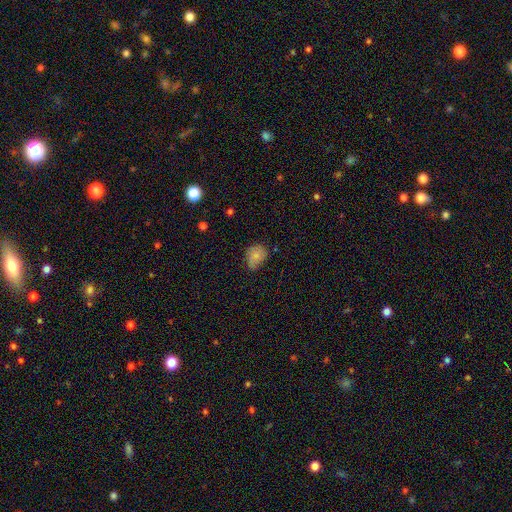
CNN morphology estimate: Smooth or featured: smooth — 68% (featured or disk — 22%)
How rounded: in between — 53% (round — 46%)
Merging: none — 49% (minor disturbance — 36%)